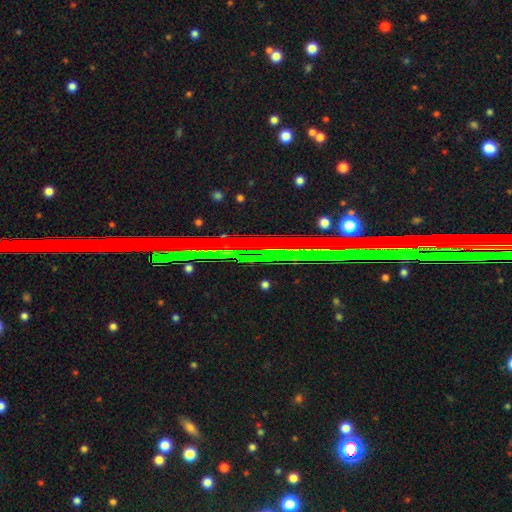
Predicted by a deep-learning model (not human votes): Overall: star or artifact (77%).